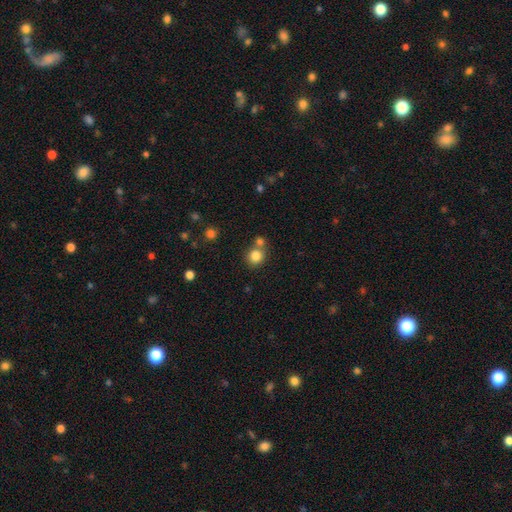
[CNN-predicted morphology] This appears to be a smooth galaxy with no disk features (83%) that is round (87%). Merging: none (63%).